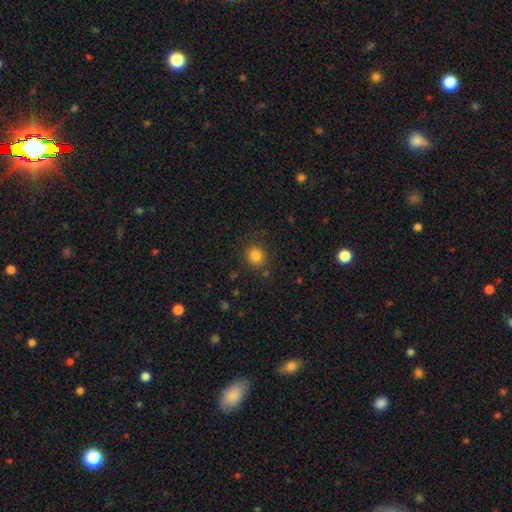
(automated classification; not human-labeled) smooth_or_featured: smooth (p=0.83) [alt: star or artifact p=0.12]
how_rounded: round (p=0.85) [alt: in between p=0.14]
merging: none (p=0.86) [alt: minor disturbance p=0.09]